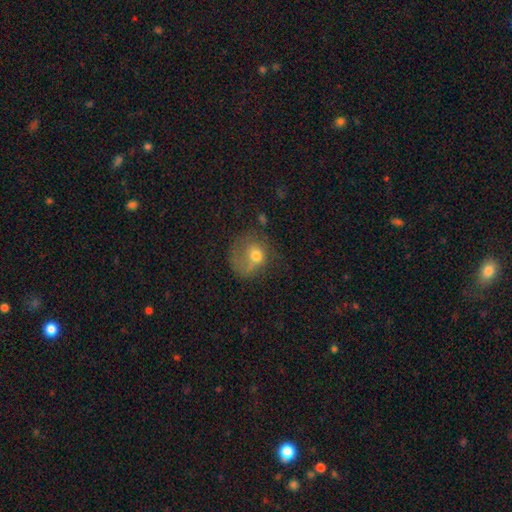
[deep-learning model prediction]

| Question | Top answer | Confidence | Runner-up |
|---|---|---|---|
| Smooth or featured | smooth | 59% | featured or disk (30%) |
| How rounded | round | 69% | in between (30%) |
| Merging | none | 36% | major disturbance (35%) |